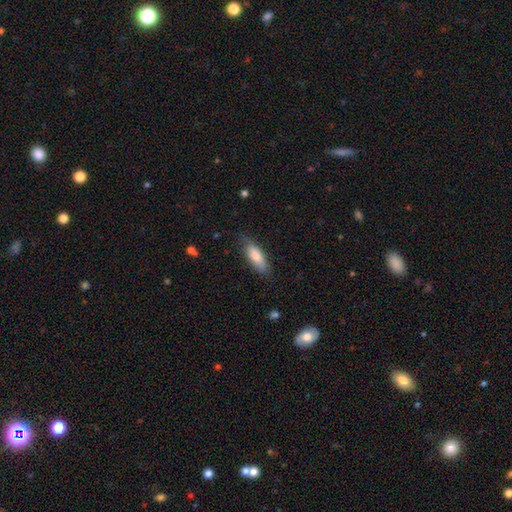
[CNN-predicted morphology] Q: Smooth or featured?
A: smooth (78%); runner-up: featured or disk (16%)
Q: How rounded?
A: in between (65%); runner-up: cigar-shaped (33%)
Q: Merging?
A: none (72%); runner-up: minor disturbance (22%)